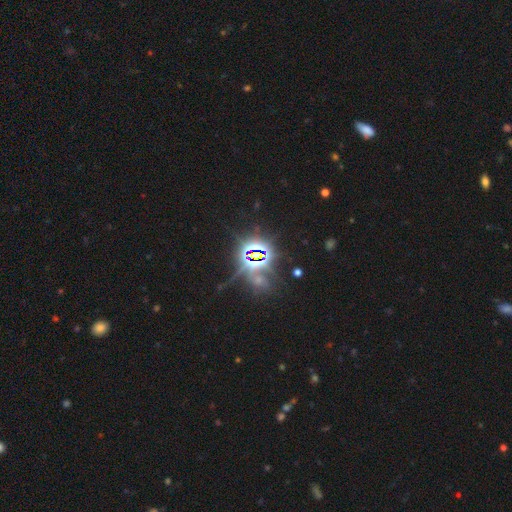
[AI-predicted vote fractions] Morphology: type=star or artifact (83%).